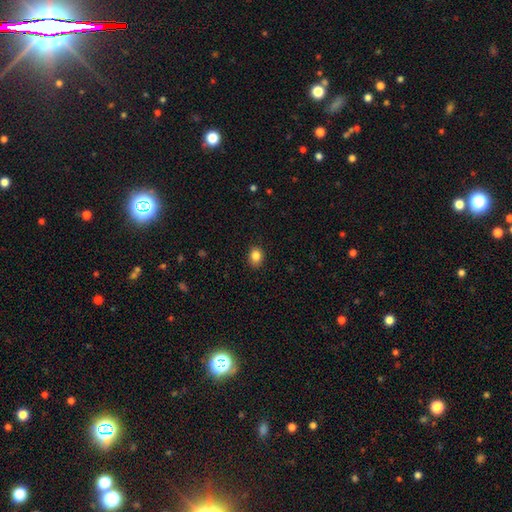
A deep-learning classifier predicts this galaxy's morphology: This appears to be a smooth galaxy with no disk features (85%) that is round (51%). Merging: none (88%).